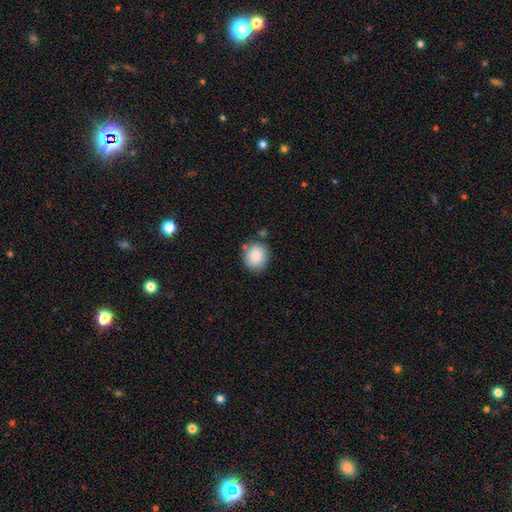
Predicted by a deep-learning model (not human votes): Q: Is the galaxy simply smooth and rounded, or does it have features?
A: smooth — 88%.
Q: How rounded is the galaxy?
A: round — 72%.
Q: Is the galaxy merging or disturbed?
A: none — 80%.